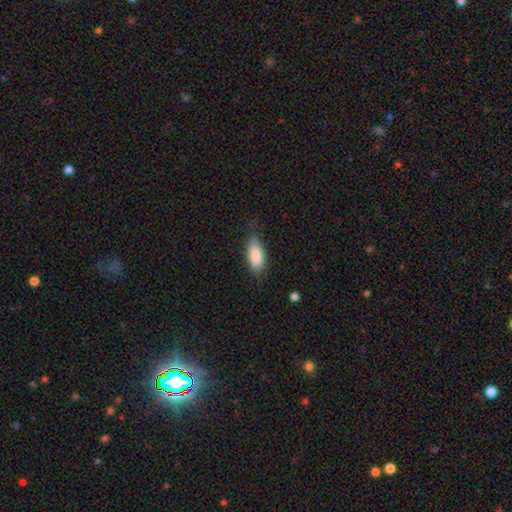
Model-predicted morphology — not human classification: Q: Smooth or featured?
A: smooth (84%); runner-up: featured or disk (10%)
Q: How rounded?
A: in between (87%); runner-up: cigar-shaped (11%)
Q: Merging?
A: none (73%); runner-up: minor disturbance (21%)